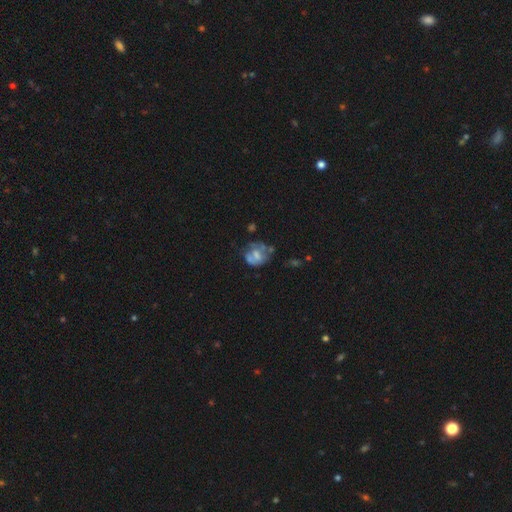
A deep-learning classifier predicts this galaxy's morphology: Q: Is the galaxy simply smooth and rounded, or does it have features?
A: featured or disk — 49%.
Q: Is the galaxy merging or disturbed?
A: none — 38%.